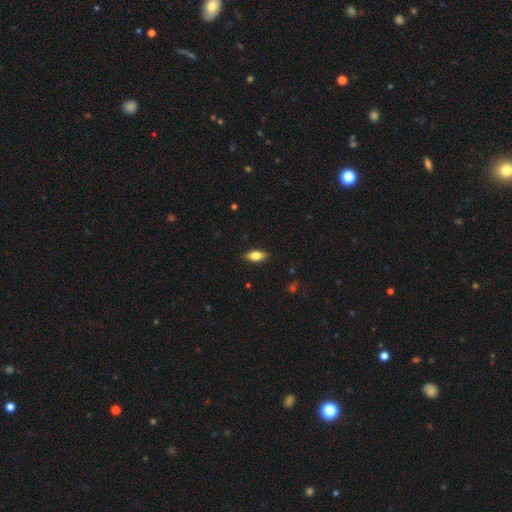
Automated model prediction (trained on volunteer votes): A smooth galaxy with no disk features (71%) that is in between round and cigar-shaped (83%).

Vote fractions:
- Smooth or featured? smooth: 71% / featured or disk: 21% / star or artifact: 7%
- How rounded? in between: 83% / cigar-shaped: 14% / round: 3%
- Merging? none: 88% / minor disturbance: 9% / major disturbance: 2% / merger: 1%